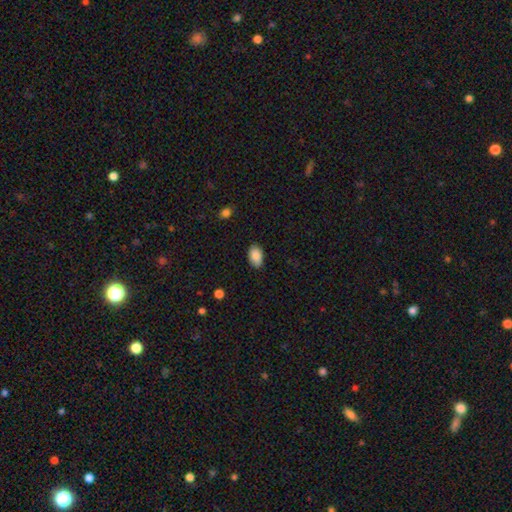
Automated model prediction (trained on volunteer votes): A smooth galaxy with no disk features (89%) that is in between round and cigar-shaped (92%).

Vote fractions:
- Smooth or featured? smooth: 89% / star or artifact: 7% / featured or disk: 4%
- How rounded? in between: 92% / round: 7% / cigar-shaped: 1%
- Merging? none: 84% / minor disturbance: 12% / major disturbance: 2% / merger: 1%